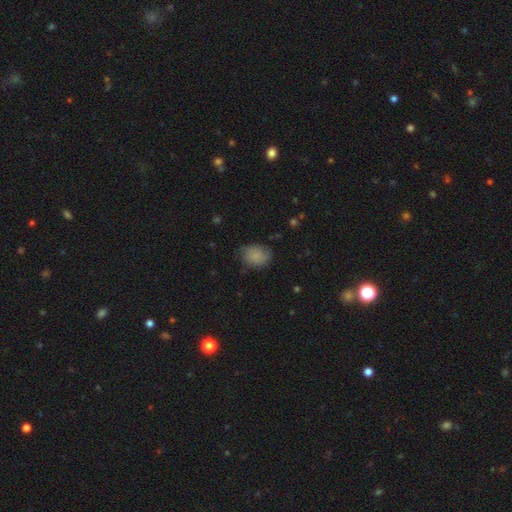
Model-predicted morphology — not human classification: Smooth or featured? smooth (83%)
How rounded? in between (59%)
Merging? none (69%)